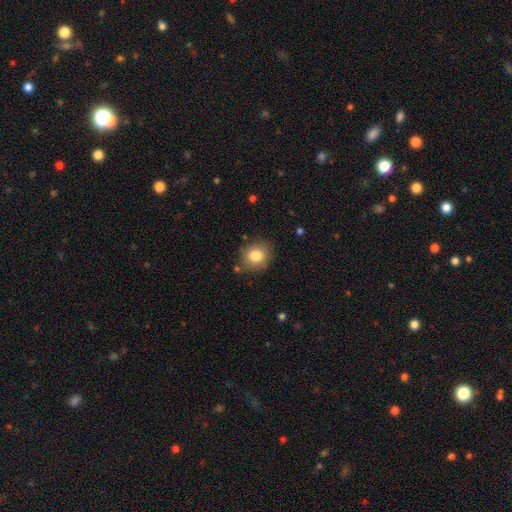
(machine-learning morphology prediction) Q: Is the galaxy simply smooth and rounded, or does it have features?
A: smooth — 82%.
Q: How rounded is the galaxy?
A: round — 71%.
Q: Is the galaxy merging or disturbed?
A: none — 82%.